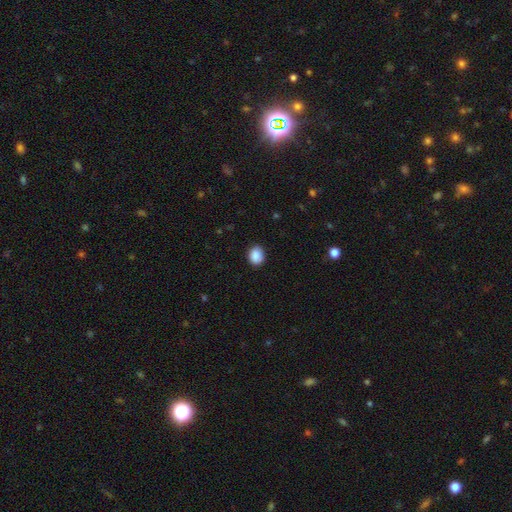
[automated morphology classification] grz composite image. It shows a smooth galaxy with no disk features (88%) that is in between round and cigar-shaped (51%). Merging: none (85%).